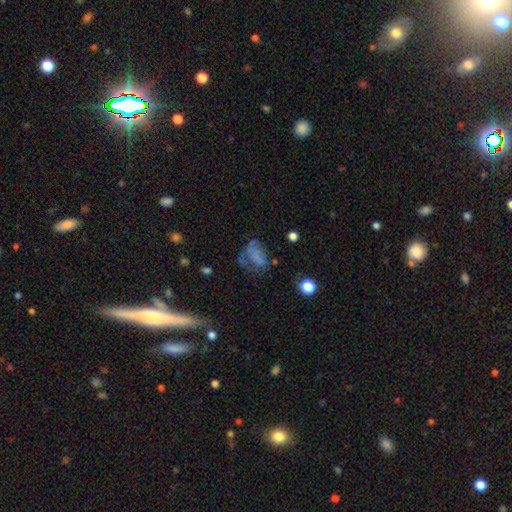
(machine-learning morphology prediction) A smooth galaxy with no disk features (58%) that is in between round and cigar-shaped (79%). Merging: major disturbance (35%).